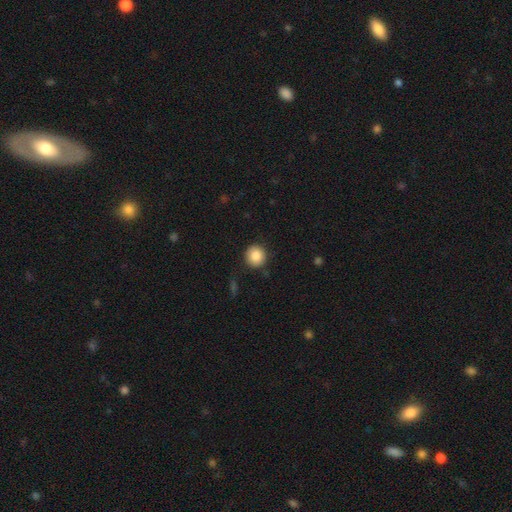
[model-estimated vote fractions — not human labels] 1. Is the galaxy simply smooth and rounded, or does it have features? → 86% smooth, 8% star or artifact, 5% featured or disk.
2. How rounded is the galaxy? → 92% round, 7% in between, 1% cigar-shaped.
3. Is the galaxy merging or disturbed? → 88% none, 9% minor disturbance, 2% major disturbance, 1% merger.